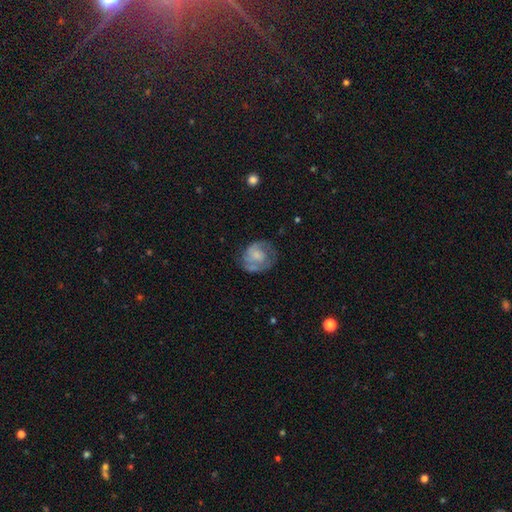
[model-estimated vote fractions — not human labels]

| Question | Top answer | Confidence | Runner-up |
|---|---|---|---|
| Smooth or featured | featured or disk | 59% | smooth (34%) |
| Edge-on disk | no | 98% | yes (2%) |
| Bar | no | 71% | weak (24%) |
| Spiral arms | yes | 74% | no (26%) |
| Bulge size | small | 35% | moderate (28%) |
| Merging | none | 56% | minor disturbance (24%) |